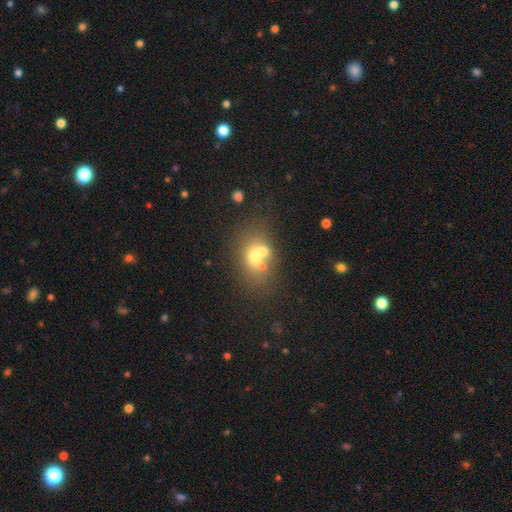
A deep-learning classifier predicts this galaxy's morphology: smooth_or_featured: smooth (p=0.56) [alt: featured or disk p=0.29]
how_rounded: in between (p=0.53) [alt: round p=0.46]
merging: merger (p=0.50) [alt: none p=0.35]